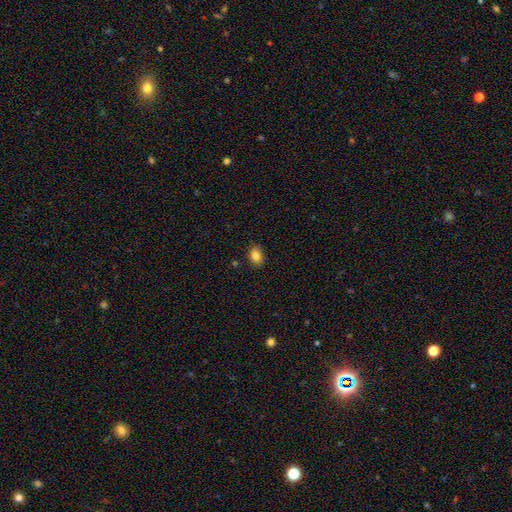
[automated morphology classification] Overall: smooth (85%). How rounded: in between (73%). Merging: none (87%).